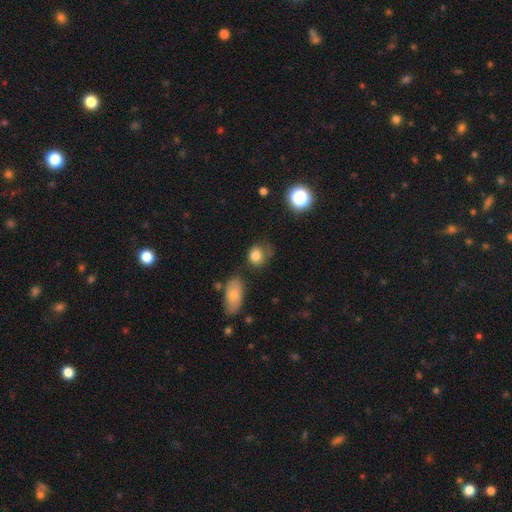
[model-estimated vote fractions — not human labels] Q: Smooth or featured?
A: smooth (80%); runner-up: star or artifact (10%)
Q: How rounded?
A: round (67%); runner-up: in between (31%)
Q: Merging?
A: none (53%); runner-up: minor disturbance (27%)